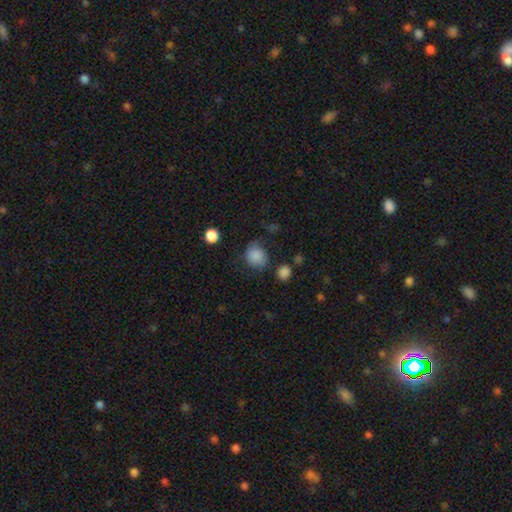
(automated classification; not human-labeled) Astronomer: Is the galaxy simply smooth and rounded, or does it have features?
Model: smooth — 84%.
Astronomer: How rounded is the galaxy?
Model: round — 77%.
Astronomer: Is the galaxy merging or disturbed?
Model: none — 66%.